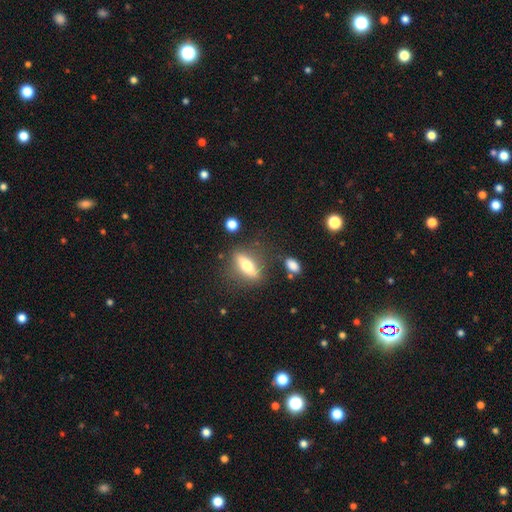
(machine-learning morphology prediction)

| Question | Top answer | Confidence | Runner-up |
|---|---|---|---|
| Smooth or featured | featured or disk | 45% | smooth (39%) |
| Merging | none | 79% | minor disturbance (12%) |